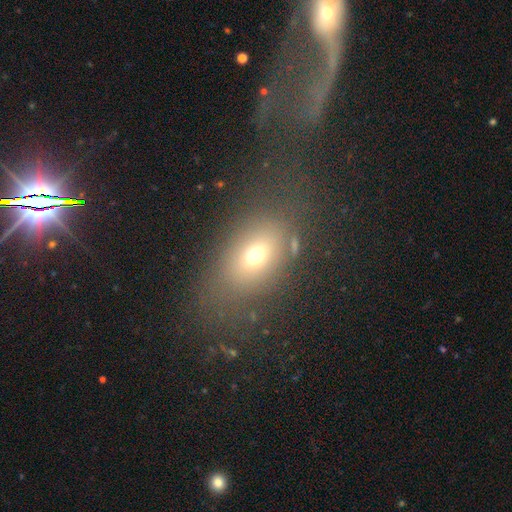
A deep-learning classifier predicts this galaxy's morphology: Smooth or featured: smooth — 65% (featured or disk — 18%)
How rounded: in between — 75% (round — 21%)
Merging: none — 67% (minor disturbance — 15%)